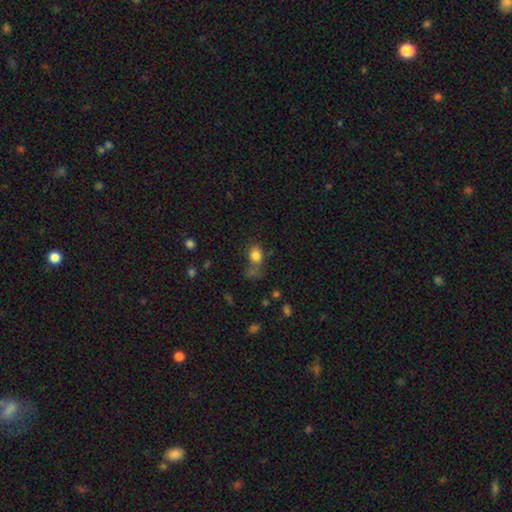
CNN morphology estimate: Q: Smooth or featured?
A: smooth (82%); runner-up: star or artifact (12%)
Q: How rounded?
A: in between (54%); runner-up: round (44%)
Q: Merging?
A: none (52%); runner-up: minor disturbance (19%)